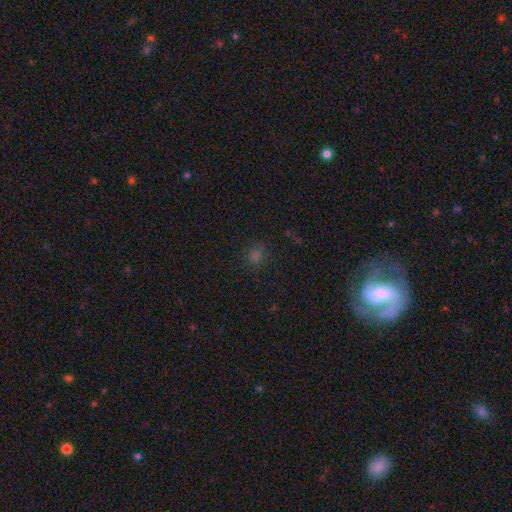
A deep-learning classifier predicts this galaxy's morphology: This is likely a smooth galaxy (66%). How rounded: likely round (77%). Merging: clearly none (85%).